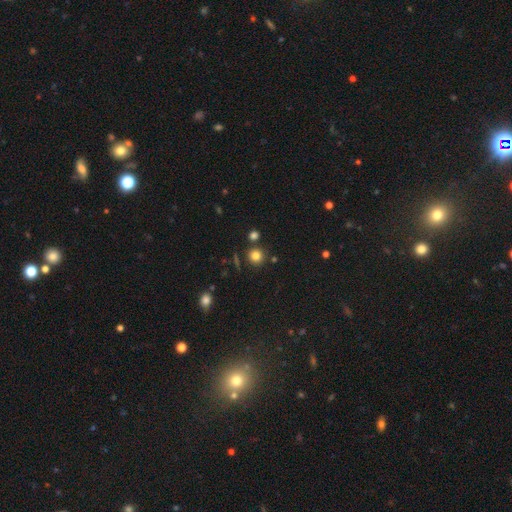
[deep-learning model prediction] smooth 80%, star or artifact 14%, featured or disk 6%. Down the decision tree: how rounded — round (93%); merging — none (84%).